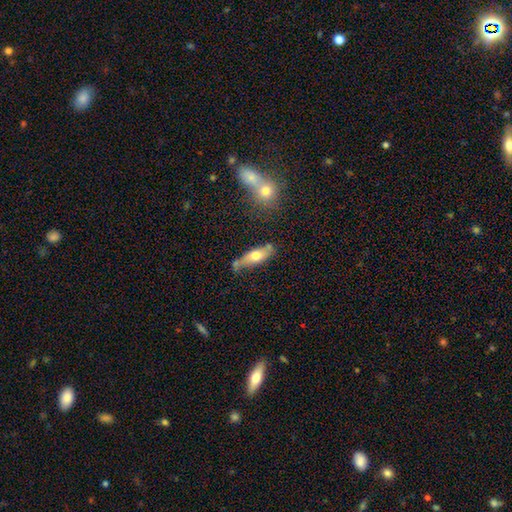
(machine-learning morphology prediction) smooth 59%, featured or disk 35%, star or artifact 7%. Down the decision tree: how rounded — in between (57%); merging — none (56%).